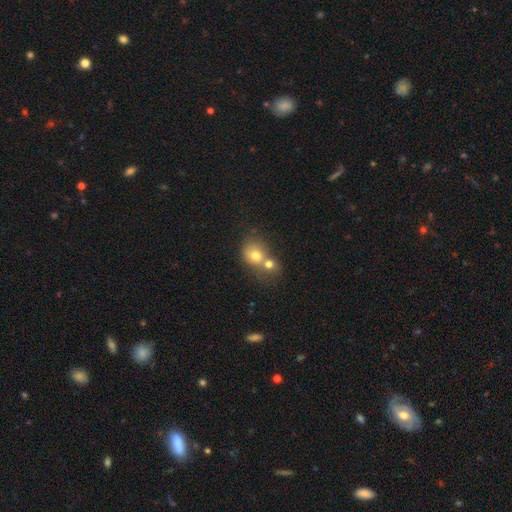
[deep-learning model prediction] Overall: smooth (73%). How rounded: round (68%; in between 31%). Merging: merger (64%; none 26%).